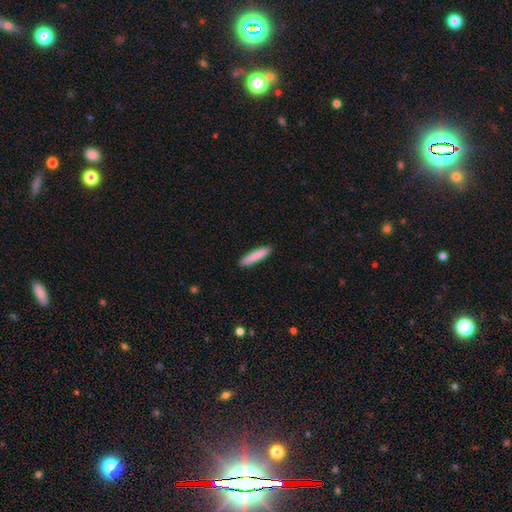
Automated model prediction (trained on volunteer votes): smooth_or_featured: smooth (p=0.86) [alt: featured or disk p=0.09]
how_rounded: cigar-shaped (p=0.88) [alt: in between p=0.10]
merging: none (p=0.90) [alt: minor disturbance p=0.07]